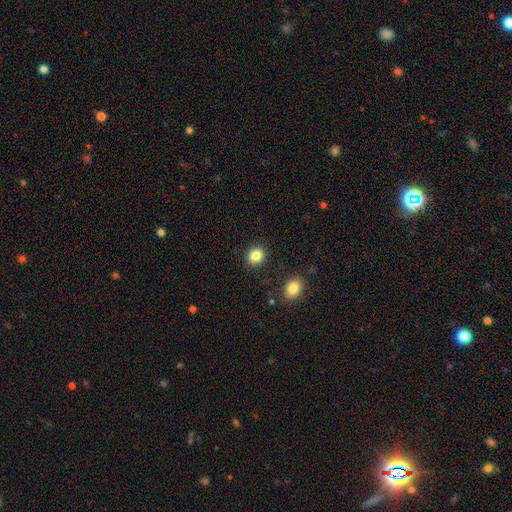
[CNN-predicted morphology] Smooth or featured? Predicted: smooth (p=0.85). How rounded? Predicted: round (p=0.70). Merging? Predicted: none (p=0.89).